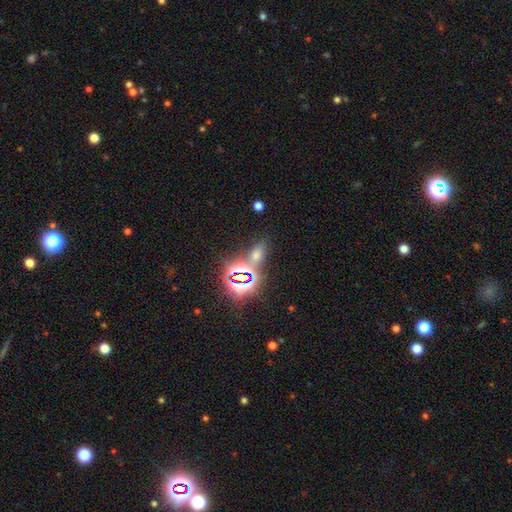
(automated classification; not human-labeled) smooth_or_featured: star or artifact (p=0.57) [alt: smooth p=0.33]